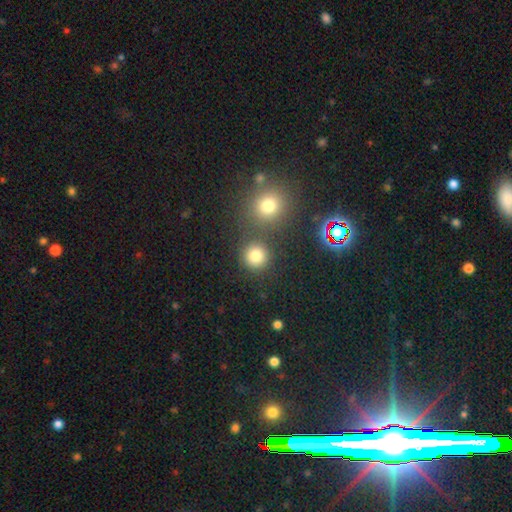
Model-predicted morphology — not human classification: The model was most divided on "smooth or featured": smooth: 79%, star or artifact: 16%, featured or disk: 6%. More confident: how rounded — round (92%); merging — none (79%).